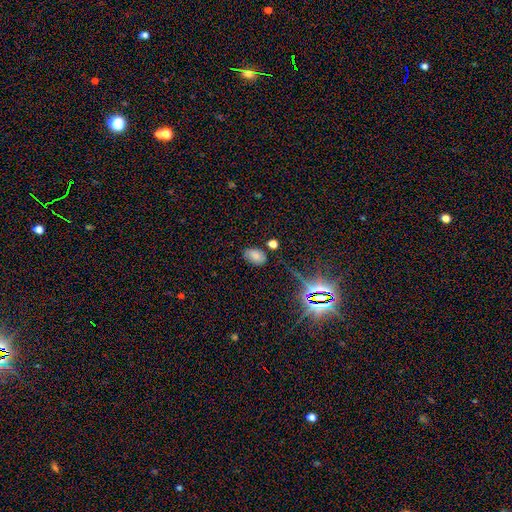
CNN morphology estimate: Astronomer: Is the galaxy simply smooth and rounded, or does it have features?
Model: smooth — 72%.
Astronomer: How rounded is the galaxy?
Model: in between — 88%.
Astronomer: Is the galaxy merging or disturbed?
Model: none — 72%.